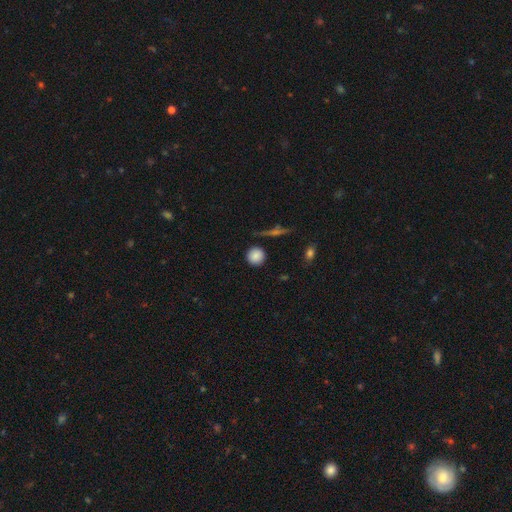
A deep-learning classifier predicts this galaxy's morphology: This is clearly a smooth galaxy (85%). How rounded: clearly round (93%). Merging: clearly none (86%).